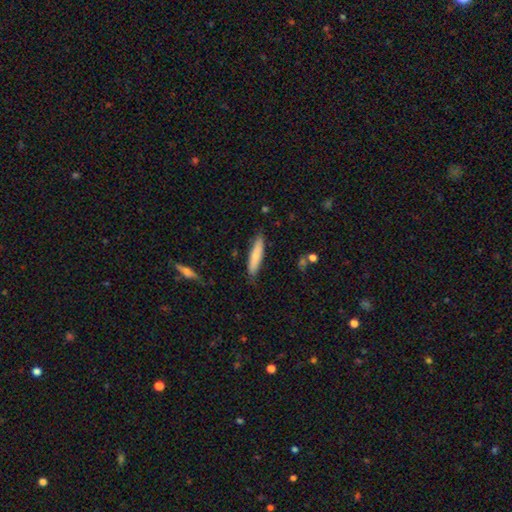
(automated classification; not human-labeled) The model was most divided on "smooth or featured": smooth: 78%, featured or disk: 16%, star or artifact: 6%. More confident: how rounded — cigar-shaped (84%); merging — none (83%).